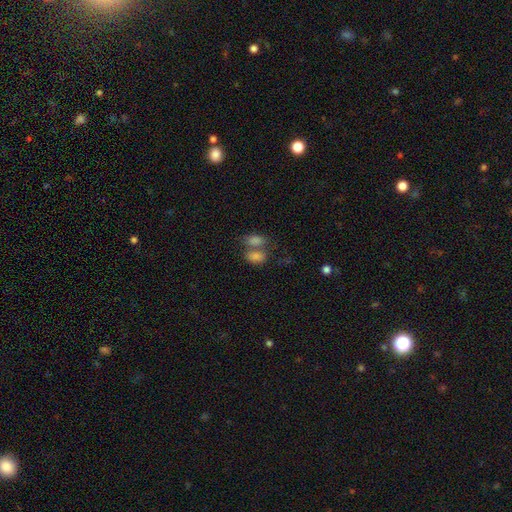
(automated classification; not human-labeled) This appears to be a smooth galaxy with no disk features (77%) that is in between round and cigar-shaped (87%). Merging: merger (57%).